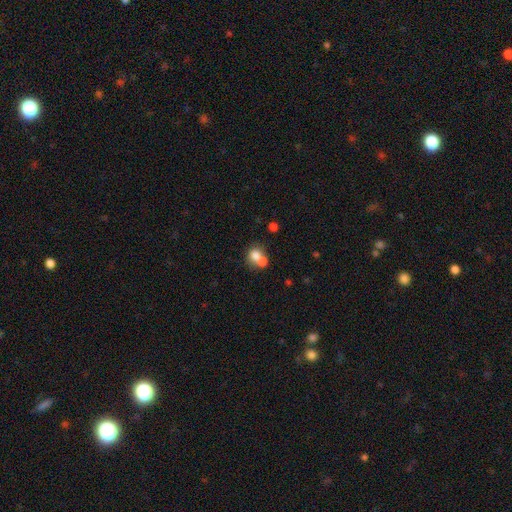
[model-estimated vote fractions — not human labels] A smooth galaxy with no disk features (74%) that is round (78%). Merging: merger (57%).